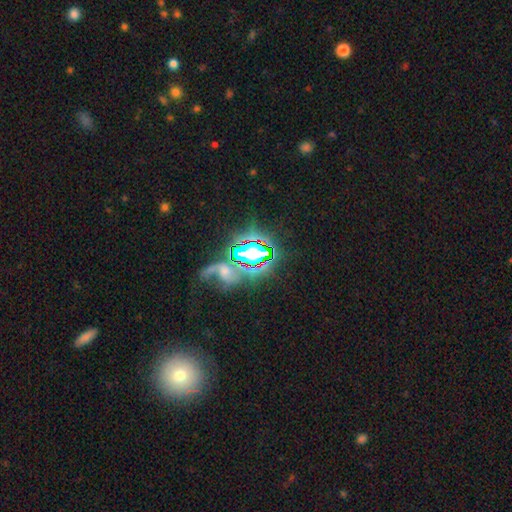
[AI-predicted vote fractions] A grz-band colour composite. It shows a star or artifact, not a galaxy (59%).